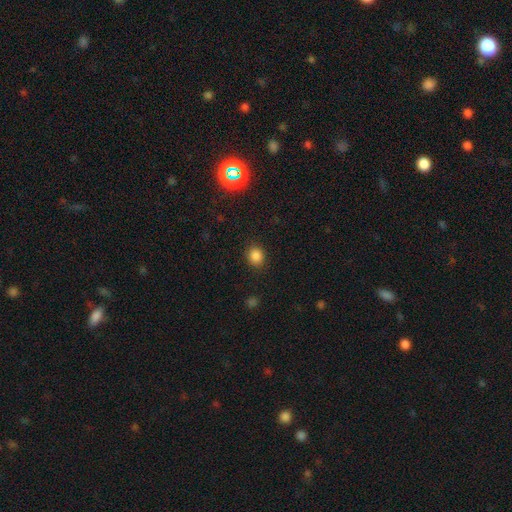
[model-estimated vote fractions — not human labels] Morphology: type=smooth (84%); roundness=round (69%); merging=none (88%).